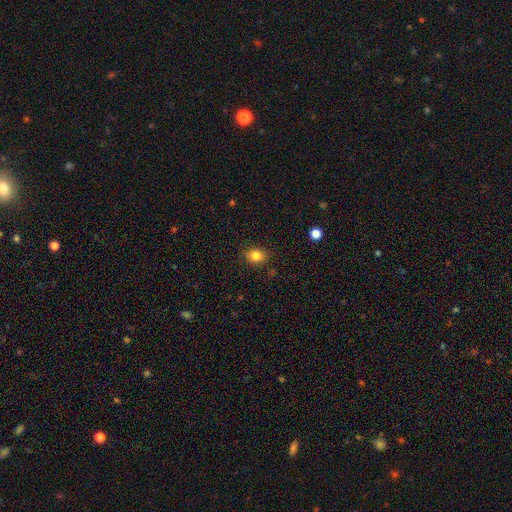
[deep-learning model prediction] This is clearly a smooth galaxy (83%). How rounded: possibly in between (52%). Merging: clearly none (85%).